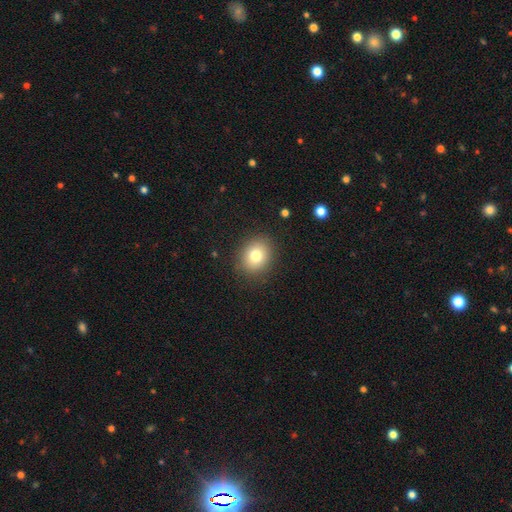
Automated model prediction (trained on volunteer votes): smooth 79%, star or artifact 11%, featured or disk 10%. Down the decision tree: how rounded — round (64%); merging — none (87%).